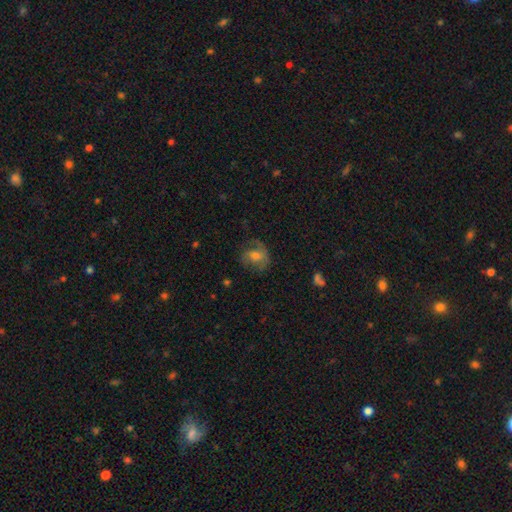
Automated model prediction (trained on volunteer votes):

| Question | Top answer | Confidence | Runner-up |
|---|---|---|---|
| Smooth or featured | featured or disk | 46% | smooth (45%) |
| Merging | none | 51% | minor disturbance (24%) |